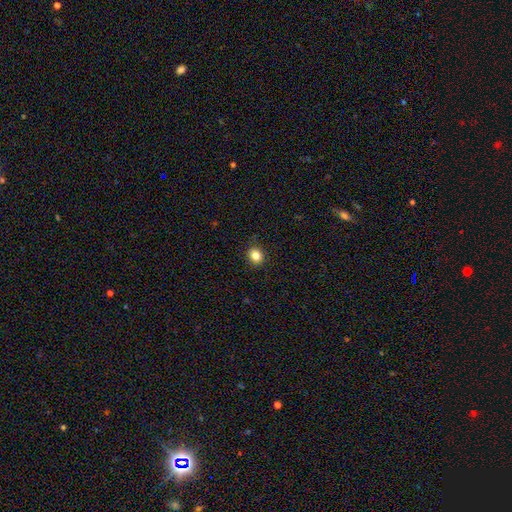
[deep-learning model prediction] The model was most divided on "how rounded": round: 78%, in between: 22%, cigar-shaped: 1%. More confident: merging — none (89%); smooth or featured — smooth (84%).